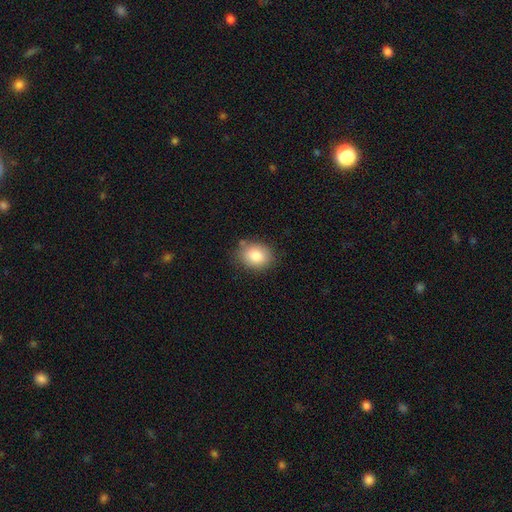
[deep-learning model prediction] smooth-or-featured: smooth: 82% | featured or disk: 9% | star or artifact: 8%
  how-rounded: in between: 58% | round: 41% | cigar-shaped: 1%
  merging: none: 80% | minor disturbance: 14% | merger: 3% | major disturbance: 3%